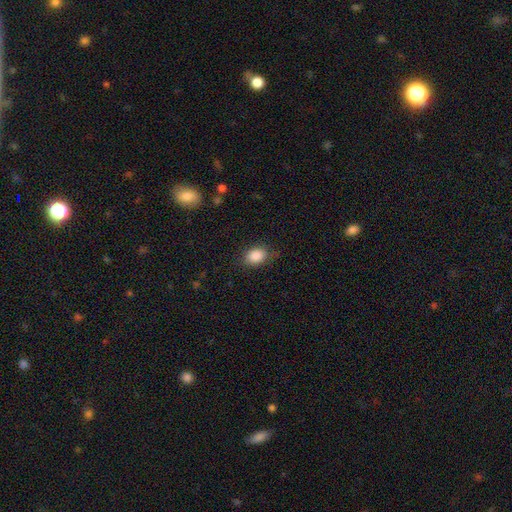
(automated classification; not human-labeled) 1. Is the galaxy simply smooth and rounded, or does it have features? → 87% smooth, 8% star or artifact, 5% featured or disk.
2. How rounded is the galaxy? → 73% in between, 26% round, 1% cigar-shaped.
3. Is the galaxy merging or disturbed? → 77% none, 17% minor disturbance, 5% major disturbance, 1% merger.